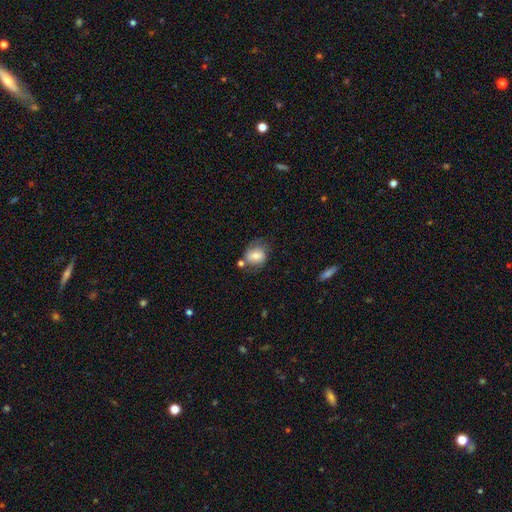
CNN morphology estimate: smooth_or_featured: smooth (p=0.68) [alt: featured or disk p=0.23]
how_rounded: round (p=0.56) [alt: in between p=0.43]
merging: none (p=0.54) [alt: minor disturbance p=0.23]